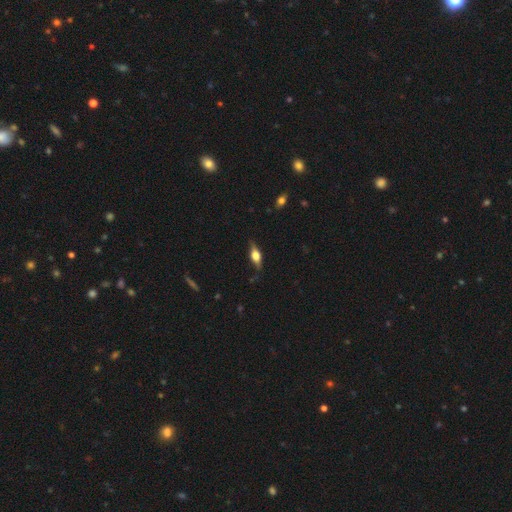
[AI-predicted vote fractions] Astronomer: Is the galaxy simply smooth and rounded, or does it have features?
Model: featured or disk — 58% (runner-up: smooth, 34%).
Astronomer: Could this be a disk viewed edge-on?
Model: yes — 93%.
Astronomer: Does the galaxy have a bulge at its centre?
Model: rounded — 88%.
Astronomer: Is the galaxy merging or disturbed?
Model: none — 77%.